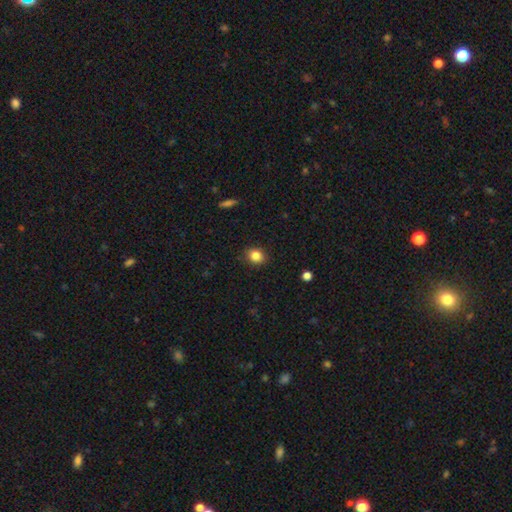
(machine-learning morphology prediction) smooth_or_featured: smooth (p=0.85) [alt: star or artifact p=0.10]
how_rounded: round (p=0.64) [alt: in between p=0.35]
merging: none (p=0.88) [alt: minor disturbance p=0.09]